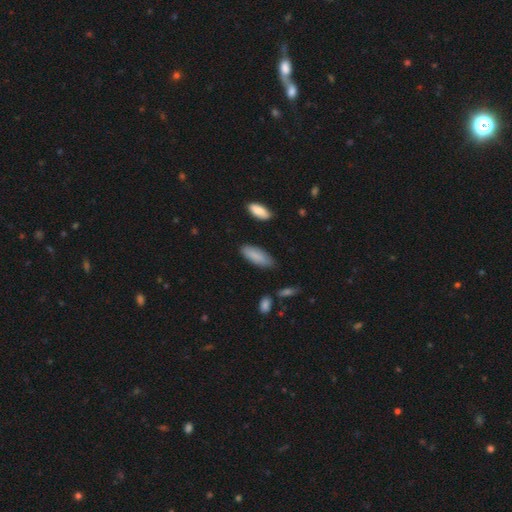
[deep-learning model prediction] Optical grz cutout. It shows a smooth galaxy with no disk features (87%) that is in between round and cigar-shaped (70%). Merging: none (82%).